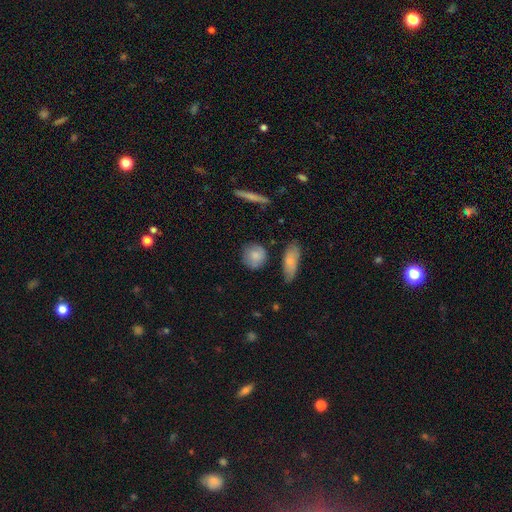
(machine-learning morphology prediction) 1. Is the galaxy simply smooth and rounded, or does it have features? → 79% smooth, 14% featured or disk, 7% star or artifact.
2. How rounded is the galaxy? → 80% round, 17% in between, 3% cigar-shaped.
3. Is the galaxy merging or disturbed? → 75% none, 17% minor disturbance, 4% merger, 4% major disturbance.